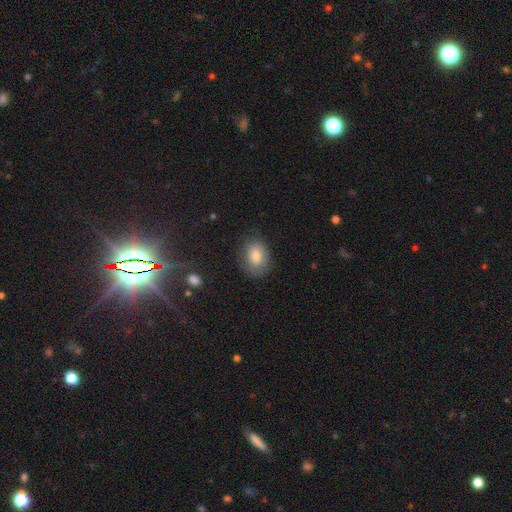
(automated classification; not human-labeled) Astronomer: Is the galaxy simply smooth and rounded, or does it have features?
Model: smooth — 73%.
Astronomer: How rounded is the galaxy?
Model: in between — 65%.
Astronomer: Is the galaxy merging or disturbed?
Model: none — 74%.